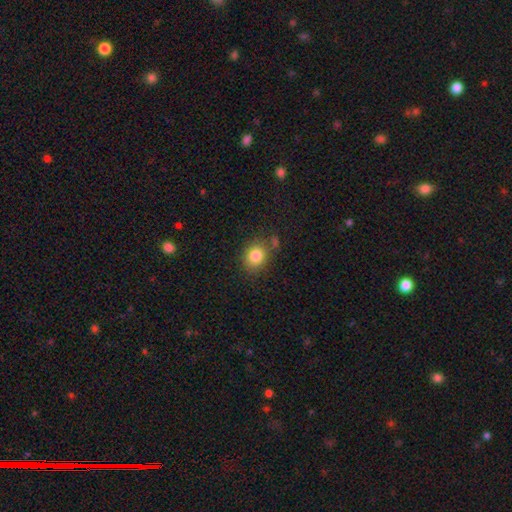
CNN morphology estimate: smooth-or-featured: smooth: 83% | star or artifact: 10% | featured or disk: 7%
  how-rounded: round: 67% | in between: 32% | cigar-shaped: 1%
  merging: none: 74% | minor disturbance: 15% | merger: 7% | major disturbance: 5%